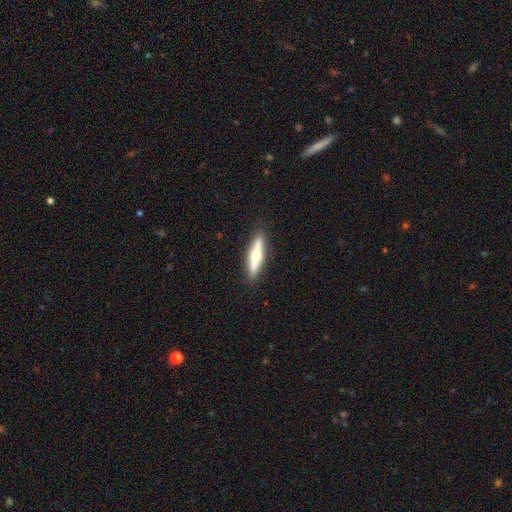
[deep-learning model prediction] Smooth or featured: featured or disk — 57% (smooth — 37%)
Edge-on disk: yes — 95% (no — 5%)
Edge-on bulge: rounded — 91% (none — 4%)
Merging: none — 89% (minor disturbance — 8%)